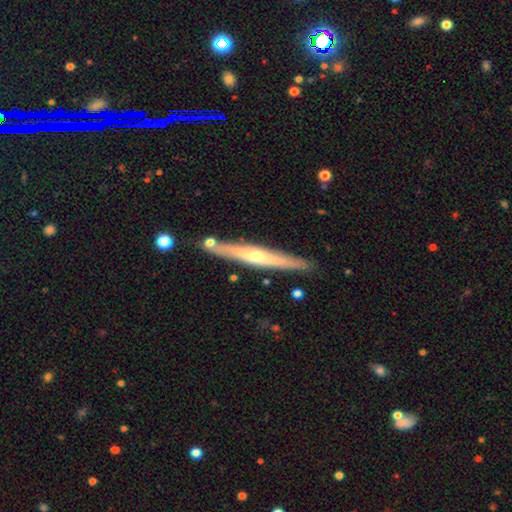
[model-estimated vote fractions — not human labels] Smooth or featured: featured or disk — 69% (smooth — 25%)
Edge-on disk: yes — 95% (no — 5%)
Edge-on bulge: rounded — 79% (none — 18%)
Merging: none — 85% (minor disturbance — 9%)